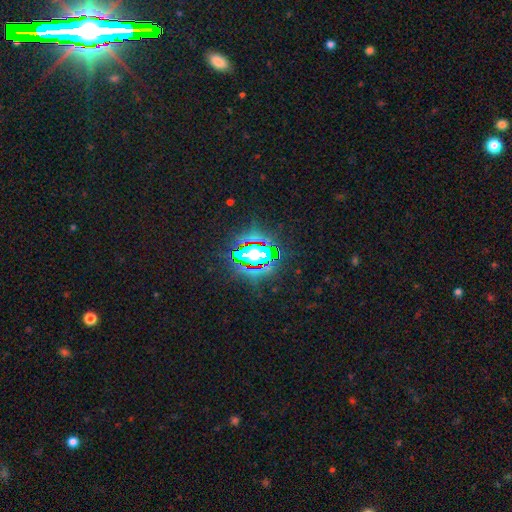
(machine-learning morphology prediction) Smooth or featured?
  - star or artifact: 82% *
  - smooth: 10%
  - featured or disk: 7%